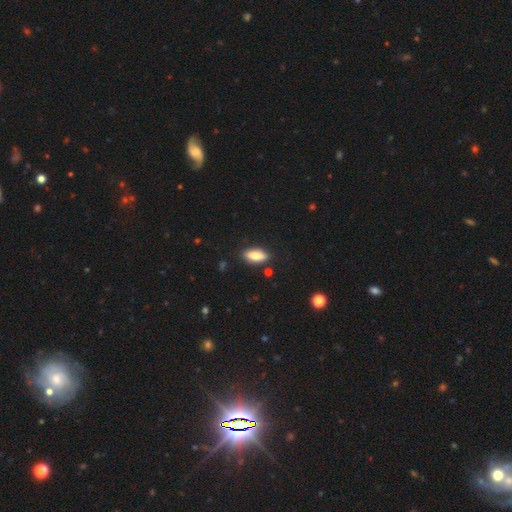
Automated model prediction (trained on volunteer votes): This appears to be a smooth galaxy with no disk features (72%) that is in between round and cigar-shaped (75%). Merging: none (87%).